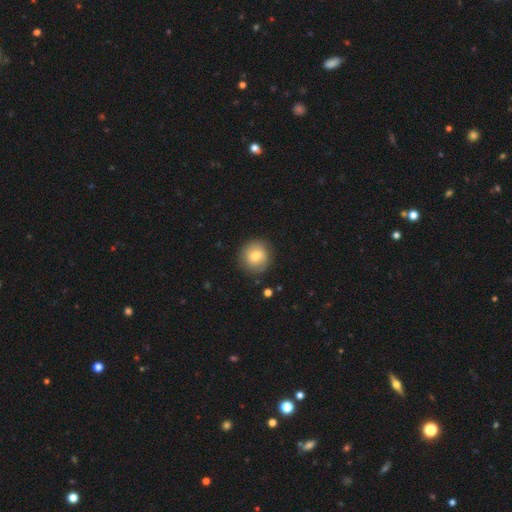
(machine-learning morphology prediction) Smooth or featured? smooth (74%)
How rounded? round (89%)
Merging? none (85%)